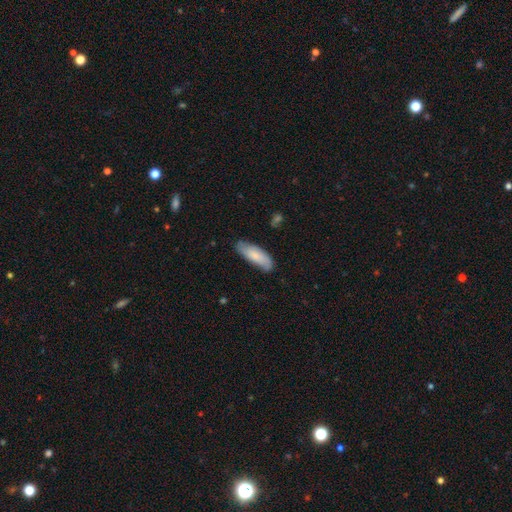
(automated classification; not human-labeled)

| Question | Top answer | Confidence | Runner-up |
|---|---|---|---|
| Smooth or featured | smooth | 73% | featured or disk (21%) |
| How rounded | in between | 64% | cigar-shaped (34%) |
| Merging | none | 72% | minor disturbance (22%) |